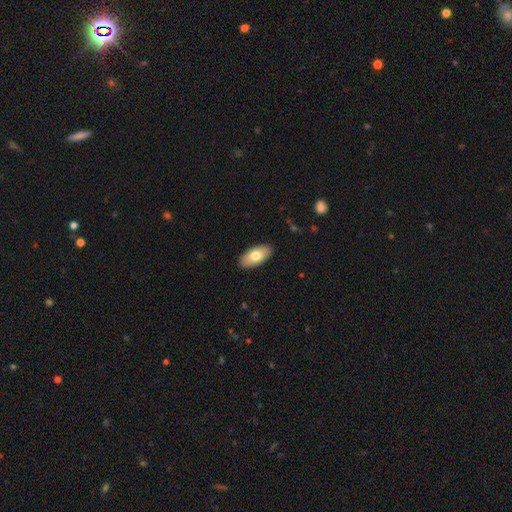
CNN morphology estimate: type=smooth (74%); roundness=in between (93%); merging=none (90%).